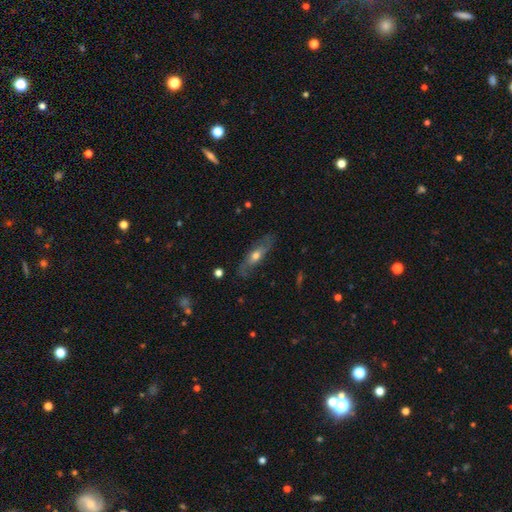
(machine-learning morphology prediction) Smooth or featured?
  - featured or disk: 55% *
  - smooth: 38%
  - star or artifact: 7%
Edge-on disk?
  - no: 57% *
  - yes: 43%
Merging?
  - none: 75% *
  - minor disturbance: 18%
  - major disturbance: 6%
  - merger: 2%